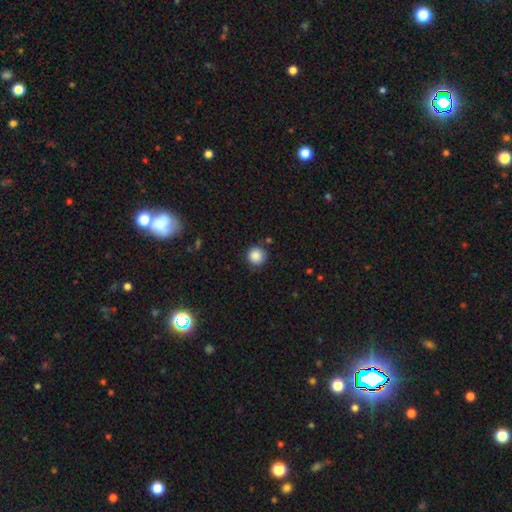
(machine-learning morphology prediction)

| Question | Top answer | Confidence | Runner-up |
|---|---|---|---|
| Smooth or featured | smooth | 87% | star or artifact (10%) |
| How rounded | round | 94% | in between (5%) |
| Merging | none | 86% | minor disturbance (9%) |